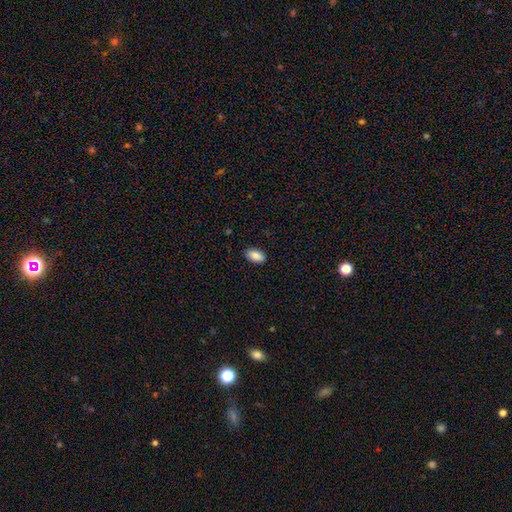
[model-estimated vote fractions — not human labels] Overall: smooth (88%). How rounded: in between (93%). Merging: none (87%).